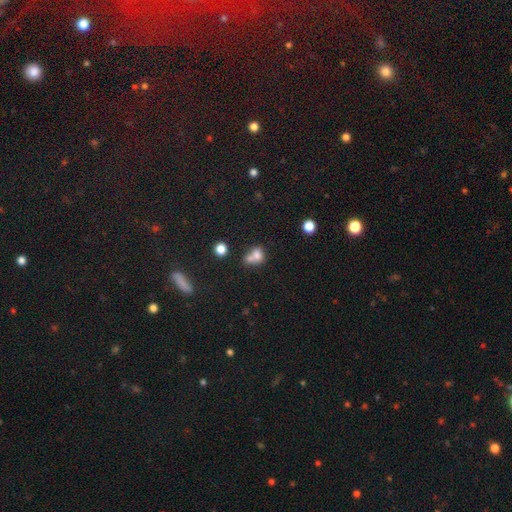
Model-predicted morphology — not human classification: Smooth or featured? Predicted: smooth (p=0.72). How rounded? Predicted: round (p=0.52). Merging? Predicted: merger (p=0.61).